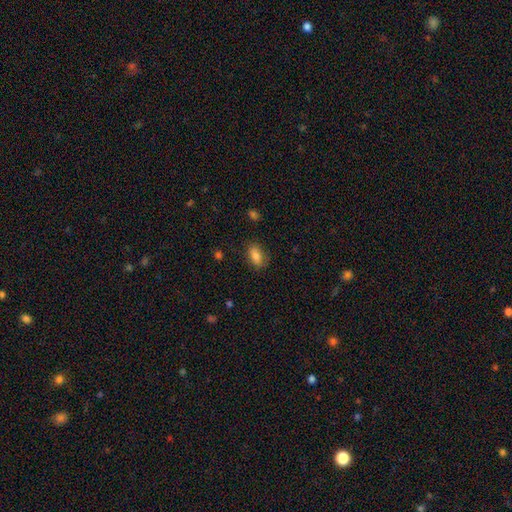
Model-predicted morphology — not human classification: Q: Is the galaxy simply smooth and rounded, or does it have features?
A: smooth — 83%.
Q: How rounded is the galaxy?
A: in between — 87%.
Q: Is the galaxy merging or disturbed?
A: none — 79%.